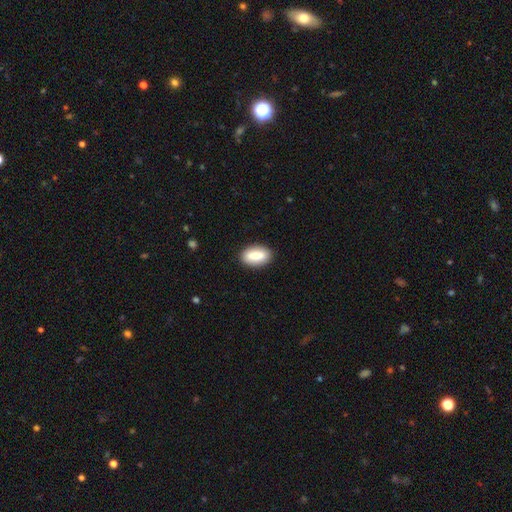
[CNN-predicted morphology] Q: Smooth or featured?
A: smooth (82%); runner-up: featured or disk (12%)
Q: How rounded?
A: in between (91%); runner-up: round (5%)
Q: Merging?
A: none (88%); runner-up: minor disturbance (9%)